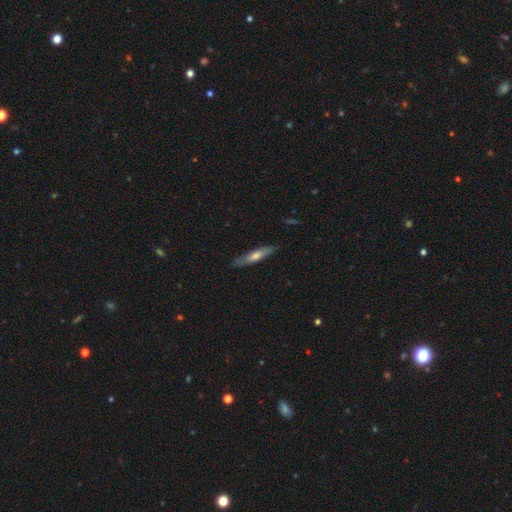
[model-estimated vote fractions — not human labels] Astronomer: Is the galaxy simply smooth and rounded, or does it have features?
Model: featured or disk — 52% (runner-up: smooth, 41%).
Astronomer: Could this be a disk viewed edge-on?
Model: yes — 86%.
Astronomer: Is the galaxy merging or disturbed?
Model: none — 84%.